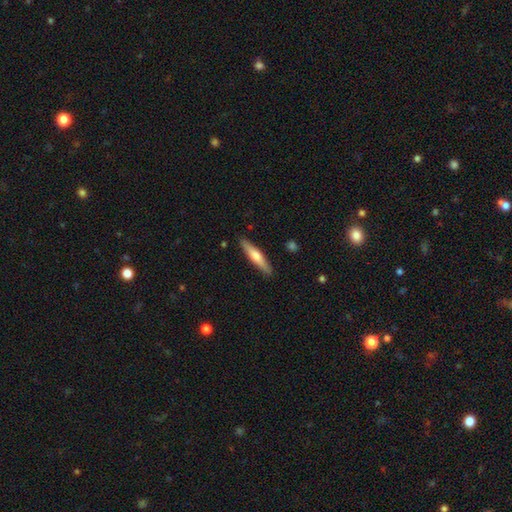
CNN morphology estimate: Smooth or featured? smooth (52%)
How rounded? cigar-shaped (87%)
Merging? none (89%)